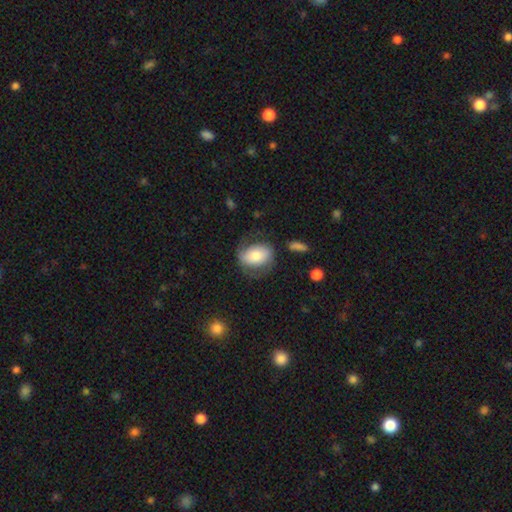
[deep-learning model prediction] This is possibly a smooth galaxy (60%). How rounded: likely in between (74%). Merging: possibly none (59%).